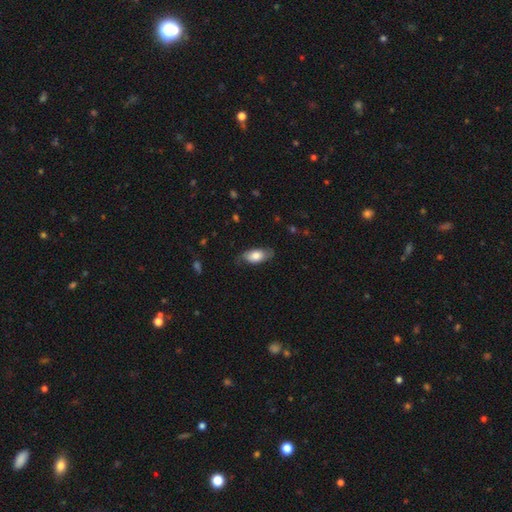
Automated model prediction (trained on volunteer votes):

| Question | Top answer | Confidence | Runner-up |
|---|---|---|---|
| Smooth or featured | smooth | 71% | featured or disk (23%) |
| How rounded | in between | 90% | cigar-shaped (7%) |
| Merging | none | 70% | minor disturbance (22%) |